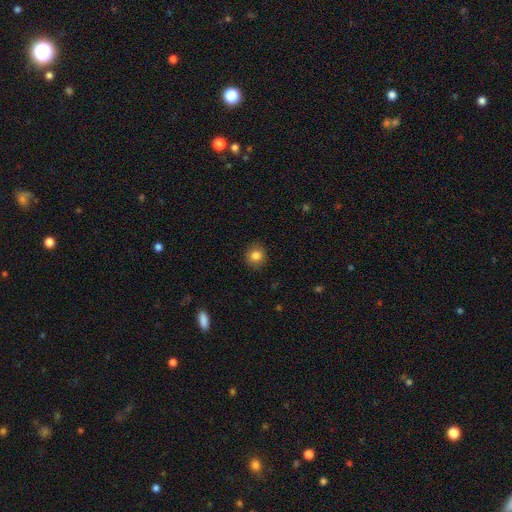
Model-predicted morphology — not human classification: Smooth or featured? smooth (84%)
How rounded? round (85%)
Merging? none (89%)